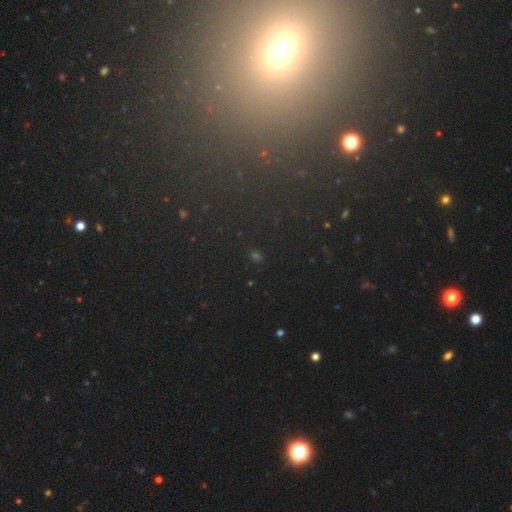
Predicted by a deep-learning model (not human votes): The model was most divided on "smooth or featured": star or artifact: 63%, smooth: 27%, featured or disk: 10%.